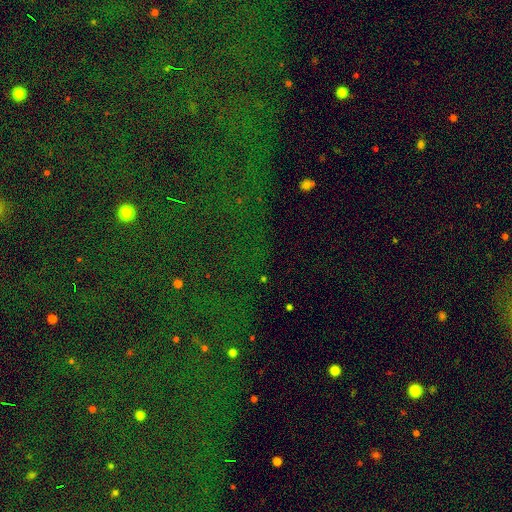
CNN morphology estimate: This appears to be a star or artifact, not a galaxy (78%).